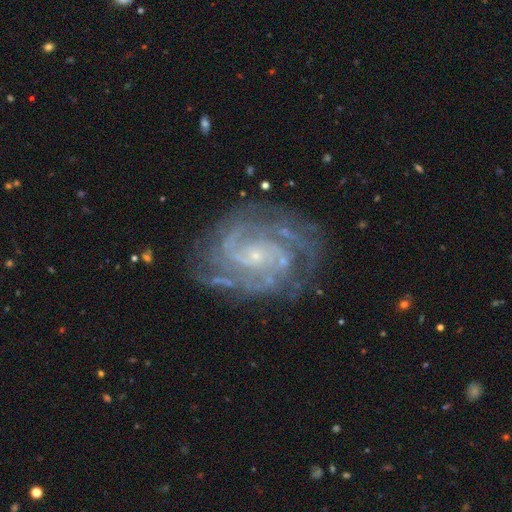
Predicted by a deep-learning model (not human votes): The model was most divided on "spiral arm count": 2: 27%, 3: 22%, can't tell: 19%, 4: 16%, more than 4: 9%, 1: 7%. More confident: spiral arms — yes (98%); edge-on disk — no (98%); smooth or featured — featured or disk (90%); bulge size — small (84%); merging — none (75%); bar — no (67%); spiral winding — tight (62%).